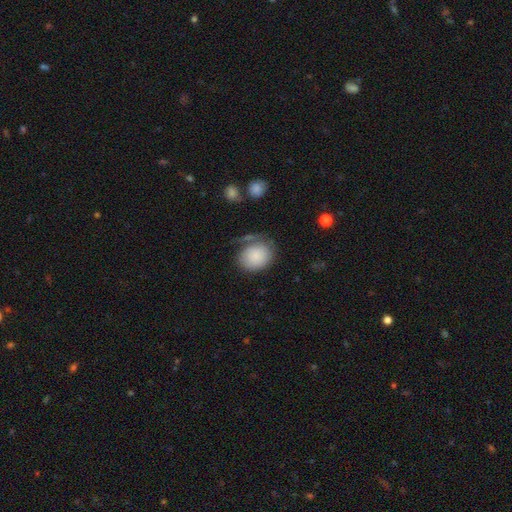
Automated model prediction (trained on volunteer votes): Smooth or featured? smooth (81%)
How rounded? round (53%)
Merging? none (51%)